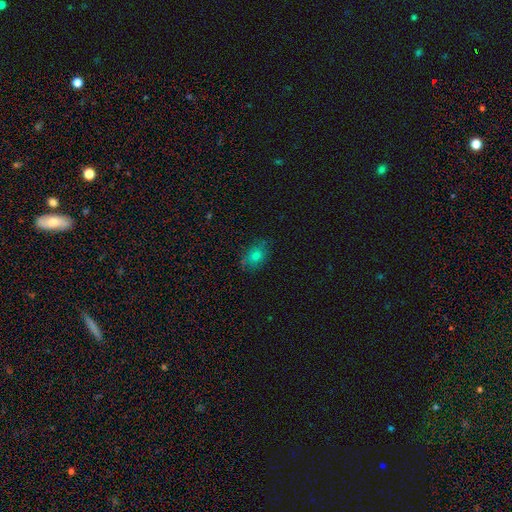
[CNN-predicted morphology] Q: Smooth or featured?
A: smooth (74%); runner-up: star or artifact (14%)
Q: How rounded?
A: in between (68%); runner-up: round (31%)
Q: Merging?
A: none (78%); runner-up: minor disturbance (16%)